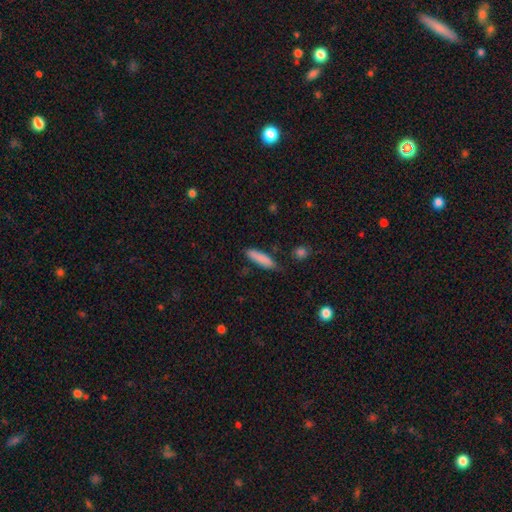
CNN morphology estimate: Smooth or featured: smooth — 84% (featured or disk — 9%)
How rounded: cigar-shaped — 76% (in between — 22%)
Merging: none — 78% (minor disturbance — 17%)